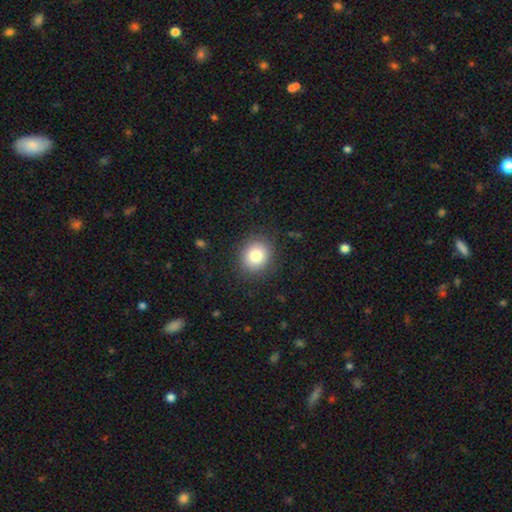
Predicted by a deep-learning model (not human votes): The model was most divided on "how rounded": round: 80%, in between: 19%, cigar-shaped: 1%. More confident: merging — none (87%); smooth or featured — smooth (82%).